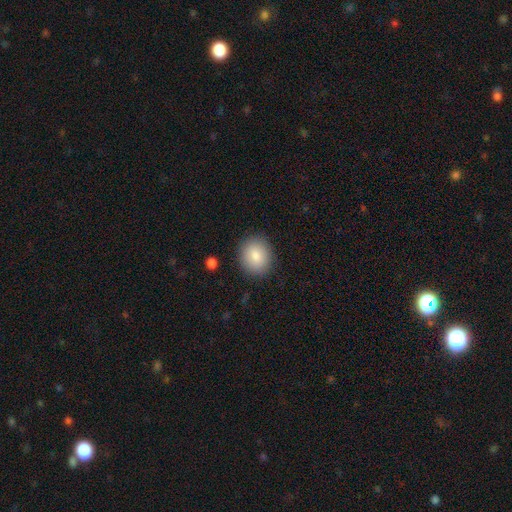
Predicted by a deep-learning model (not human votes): A smooth galaxy with no disk features (85%) that is round (65%).

Vote fractions:
- Smooth or featured? smooth: 85% / star or artifact: 8% / featured or disk: 8%
- How rounded? round: 65% / in between: 34% / cigar-shaped: 1%
- Merging? none: 87% / minor disturbance: 9% / major disturbance: 3% / merger: 1%